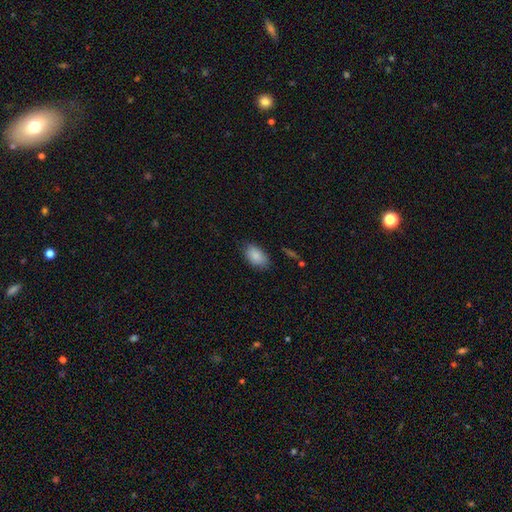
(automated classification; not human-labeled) A smooth galaxy with no disk features (88%) that is in between round and cigar-shaped (92%).

Vote fractions:
- Smooth or featured? smooth: 88% / star or artifact: 7% / featured or disk: 6%
- How rounded? in between: 92% / round: 6% / cigar-shaped: 2%
- Merging? none: 81% / minor disturbance: 14% / major disturbance: 3% / merger: 1%